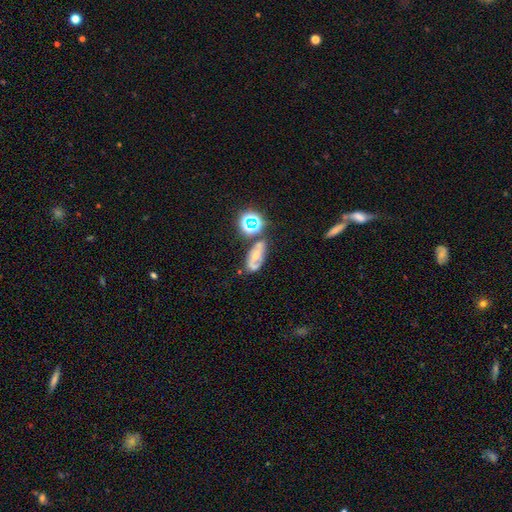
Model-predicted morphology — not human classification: Overall: featured or disk (49%; smooth 30%). Merging: none (55%; minor disturbance 21%).